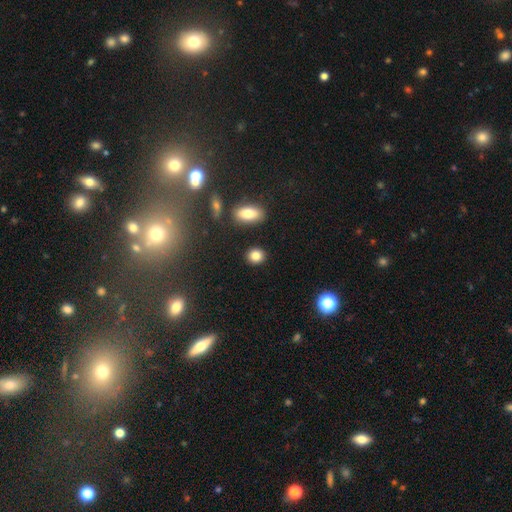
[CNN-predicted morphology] A smooth galaxy with no disk features (84%) that is round (74%). Merging: none (88%).